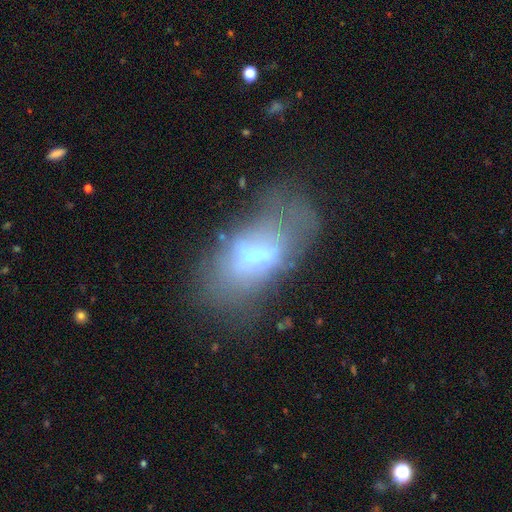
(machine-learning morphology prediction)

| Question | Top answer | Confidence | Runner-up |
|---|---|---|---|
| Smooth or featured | featured or disk | 47% | smooth (38%) |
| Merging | none | 34% | major disturbance (25%) |